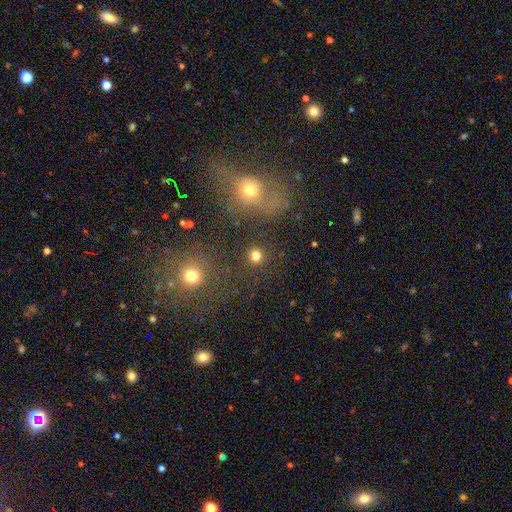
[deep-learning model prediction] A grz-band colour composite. It shows a smooth galaxy with no disk features (80%) that is round (92%). Merging: none (88%).